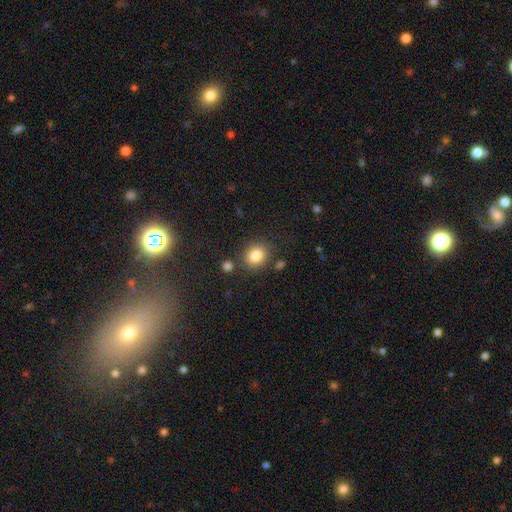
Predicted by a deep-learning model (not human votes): This appears to be a smooth galaxy with no disk features (83%) that is round (71%). Merging: none (81%).